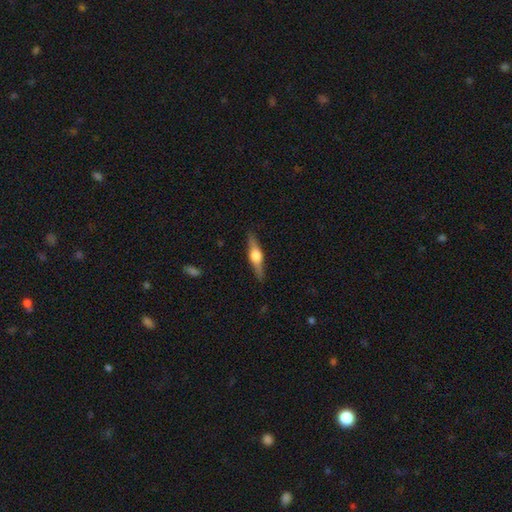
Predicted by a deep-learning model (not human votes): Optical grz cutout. It shows a featured or disk galaxy (71%) viewed edge-on (97%) with a rounded central bulge (93%). Merging: none (89%).